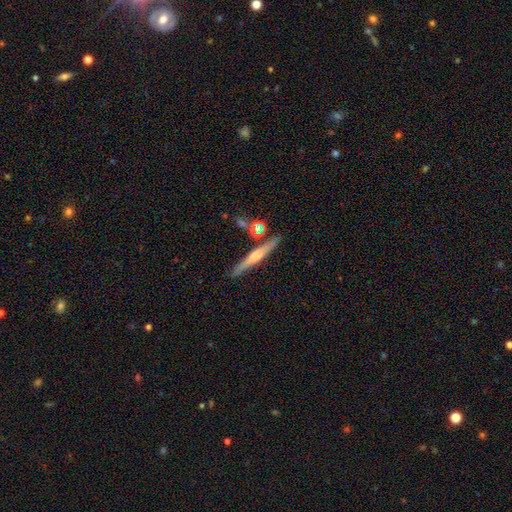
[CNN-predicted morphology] A featured or disk galaxy (55%) viewed edge-on (96%) with a rounded central bulge (58%). Merging: none (83%).